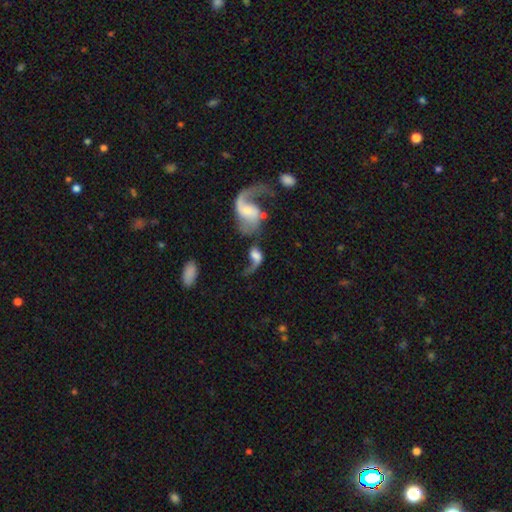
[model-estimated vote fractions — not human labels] smooth_or_featured: featured or disk (p=0.54) [alt: smooth p=0.36]
disk_edge_on: no (p=0.94) [alt: yes p=0.06]
bar: no (p=0.58) [alt: weak p=0.32]
has_spiral_arms: yes (p=0.78) [alt: no p=0.22]
bulge_size: small (p=0.28) [alt: moderate p=0.27]
merging: merger (p=0.41) [alt: major disturbance p=0.30]